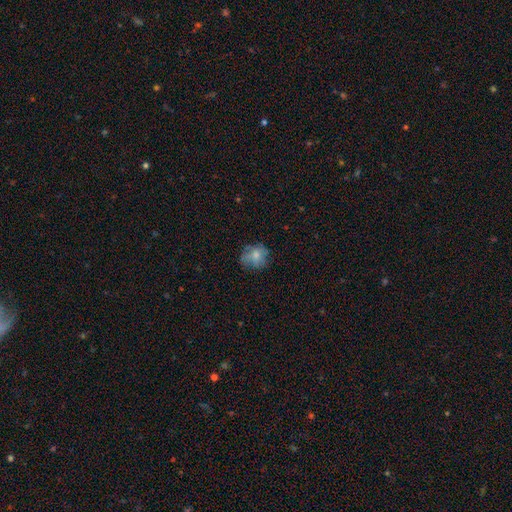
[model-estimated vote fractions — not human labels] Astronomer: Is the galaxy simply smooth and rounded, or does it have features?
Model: smooth — 70%.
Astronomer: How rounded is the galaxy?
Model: round — 67%.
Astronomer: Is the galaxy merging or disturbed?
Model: none — 65%.